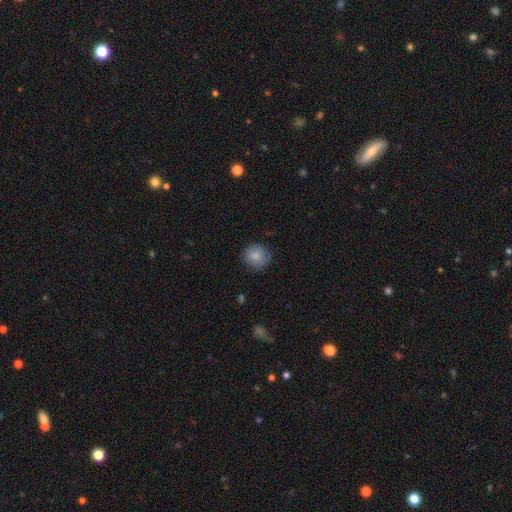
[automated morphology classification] Smooth or featured? smooth (83%)
How rounded? round (90%)
Merging? none (80%)